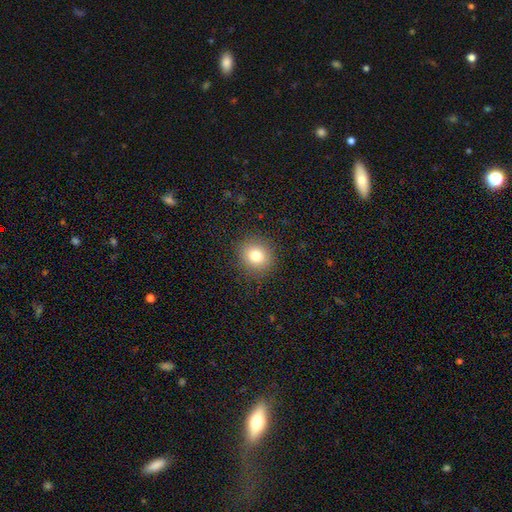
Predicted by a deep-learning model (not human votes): Smooth or featured? Predicted: smooth (p=0.79). How rounded? Predicted: round (p=0.84). Merging? Predicted: none (p=0.90).